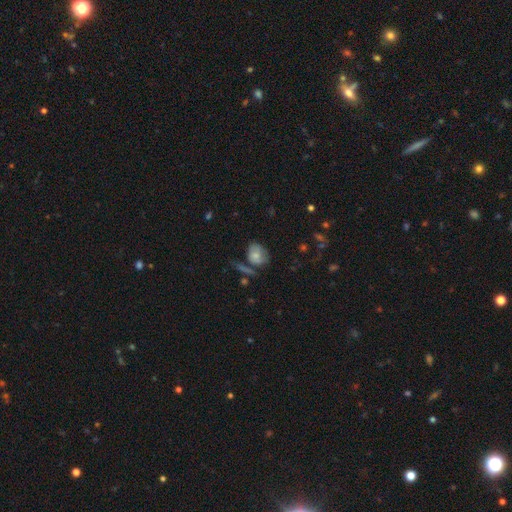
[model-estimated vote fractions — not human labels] smooth 66%, featured or disk 25%, star or artifact 10%. Down the decision tree: how rounded — in between (55%); merging — none (49%).